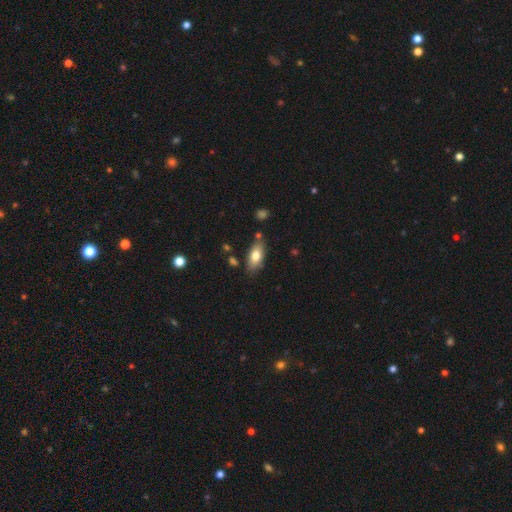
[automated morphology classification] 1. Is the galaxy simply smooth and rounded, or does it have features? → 75% smooth, 18% featured or disk, 7% star or artifact.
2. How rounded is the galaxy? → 84% in between, 13% cigar-shaped, 3% round.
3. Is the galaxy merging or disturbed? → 79% none, 14% minor disturbance, 4% merger, 3% major disturbance.